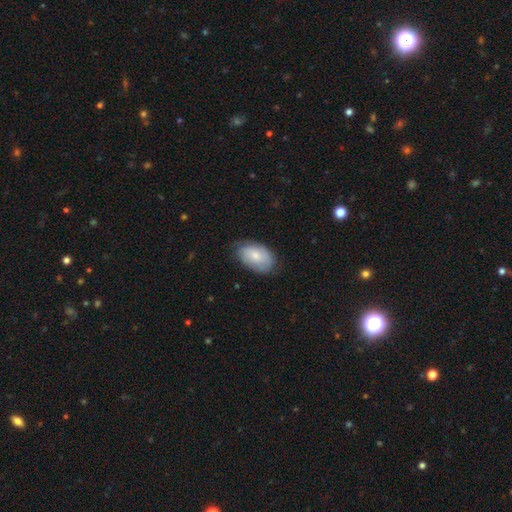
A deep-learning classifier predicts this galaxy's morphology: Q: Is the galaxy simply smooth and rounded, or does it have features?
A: smooth — 71%.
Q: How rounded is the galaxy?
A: in between — 92%.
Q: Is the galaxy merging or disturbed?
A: none — 72%.